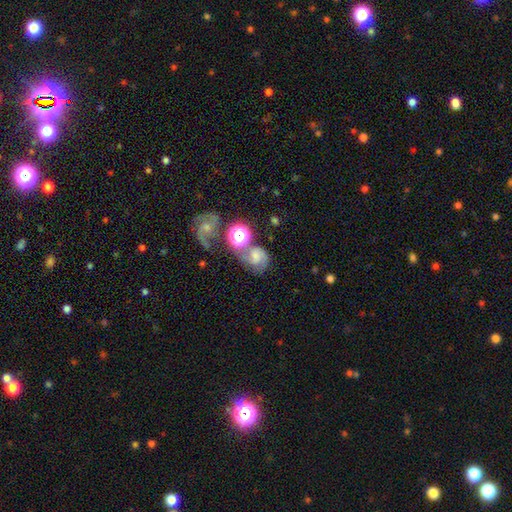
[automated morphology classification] A featured or disk galaxy (55%) with no bar (54%), spiral arms (90%) and a moderate central bulge (41%).

Vote fractions:
- Smooth or featured? featured or disk: 55% / smooth: 23% / star or artifact: 22%
- Edge-on disk? no: 97% / yes: 3%
- Bar? no: 54% / weak: 36% / strong: 10%
- Spiral arms? yes: 90% / no: 10%
- Bulge size? moderate: 41% / small: 37% / none: 10% / large: 9% / dominant: 3%
- Merging? none: 50% / merger: 22% / minor disturbance: 16% / major disturbance: 12%